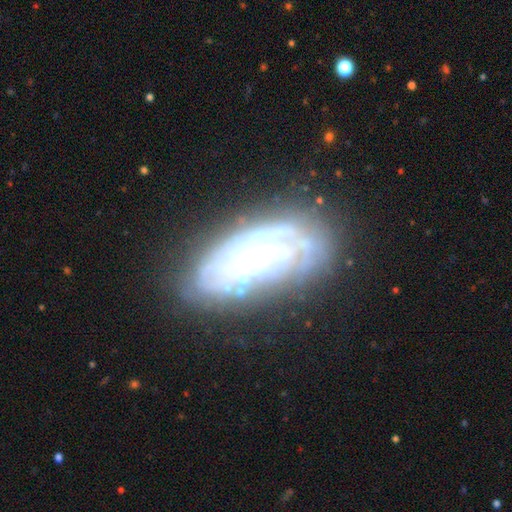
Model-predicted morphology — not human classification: Smooth or featured: featured or disk — 73% (smooth — 16%)
Edge-on disk: no — 90% (yes — 10%)
Bar: no — 74% (weak — 17%)
Spiral arms: yes — 77% (no — 23%)
Spiral winding: tight — 71% (medium — 21%)
Spiral arm count: can't tell — 52% (2 — 13%)
Bulge size: none — 35% (small — 31%)
Merging: none — 69% (minor disturbance — 18%)